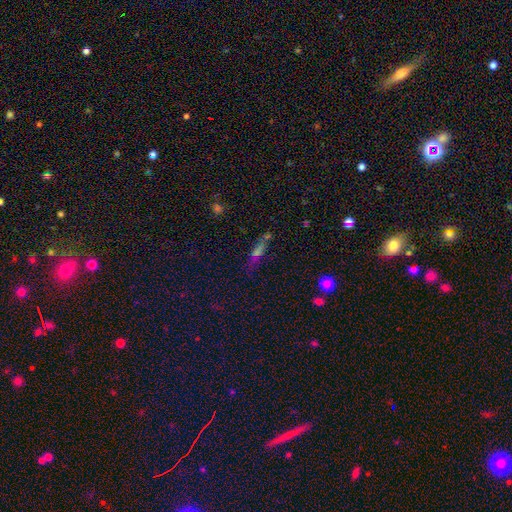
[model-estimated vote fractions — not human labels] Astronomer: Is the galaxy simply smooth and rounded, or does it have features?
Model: smooth — 42% (runner-up: featured or disk, 34%).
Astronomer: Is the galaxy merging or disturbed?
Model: none — 70%.